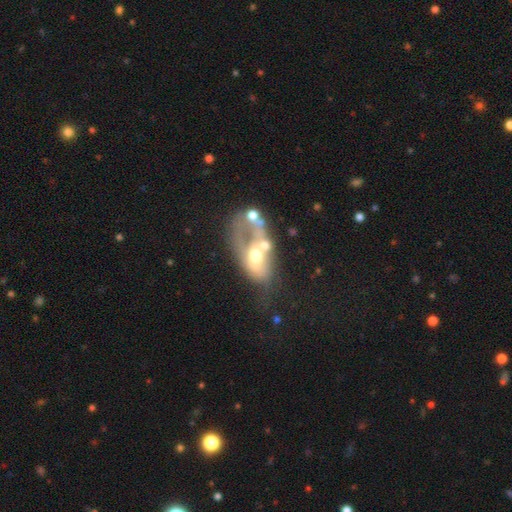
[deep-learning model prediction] Smooth or featured? Predicted: featured or disk (p=0.57). Edge-on disk? Predicted: no (p=0.95). Bar? Predicted: no (p=0.83). Spiral arms? Predicted: no (p=0.80). Bulge size? Predicted: moderate (p=0.56). Merging? Predicted: merger (p=0.40).